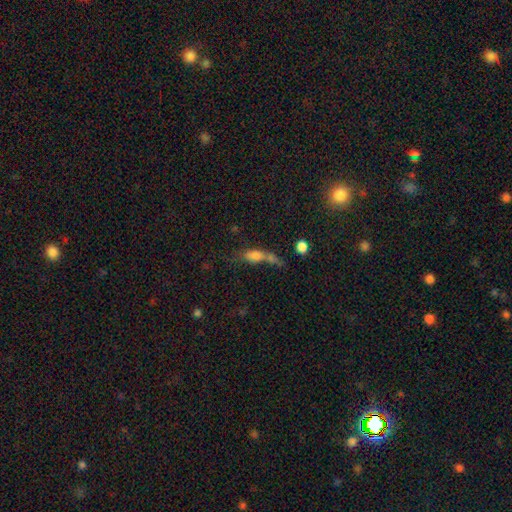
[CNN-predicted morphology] A smooth galaxy with no disk features (63%) that is in between round and cigar-shaped (59%). Merging: merger (41%).